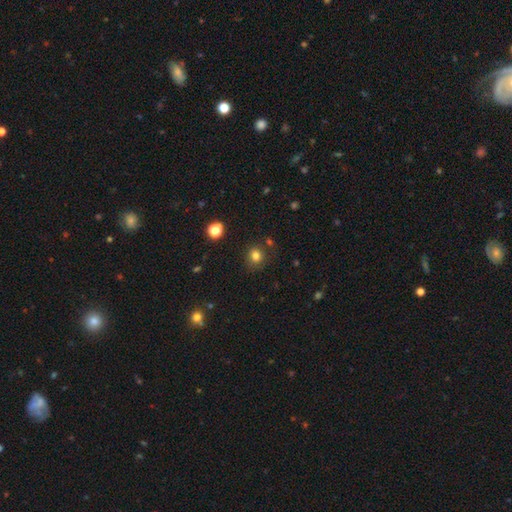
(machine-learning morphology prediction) Smooth or featured: smooth — 79% (star or artifact — 15%)
How rounded: round — 82% (in between — 17%)
Merging: none — 82% (minor disturbance — 11%)